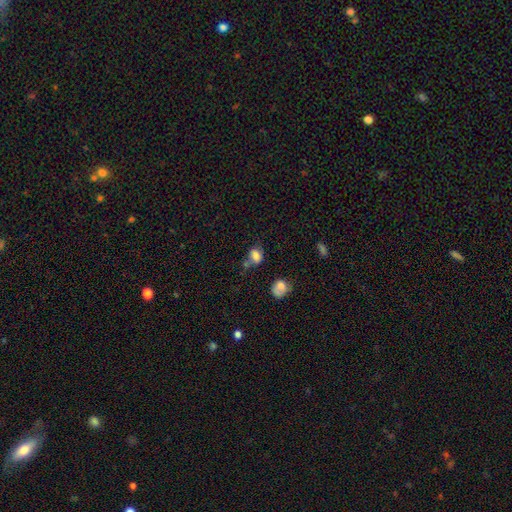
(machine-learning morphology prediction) smooth_or_featured: smooth (p=0.77) [alt: star or artifact p=0.12]
how_rounded: in between (p=0.67) [alt: round p=0.32]
merging: none (p=0.45) [alt: minor disturbance p=0.26]